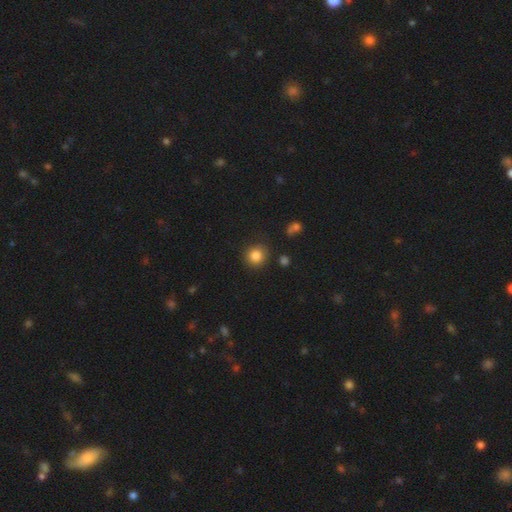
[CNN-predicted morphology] Smooth or featured?
  - smooth: 84% *
  - star or artifact: 11%
  - featured or disk: 5%
How rounded?
  - round: 90% *
  - in between: 10%
  - cigar-shaped: 1%
Merging?
  - none: 86% *
  - minor disturbance: 9%
  - merger: 3%
  - major disturbance: 3%